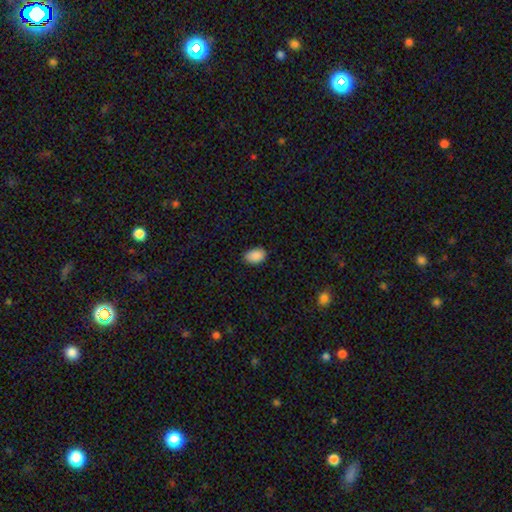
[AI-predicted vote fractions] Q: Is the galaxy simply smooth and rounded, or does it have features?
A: smooth — 90%.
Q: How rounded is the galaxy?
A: in between — 88%.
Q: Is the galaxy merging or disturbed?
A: none — 83%.